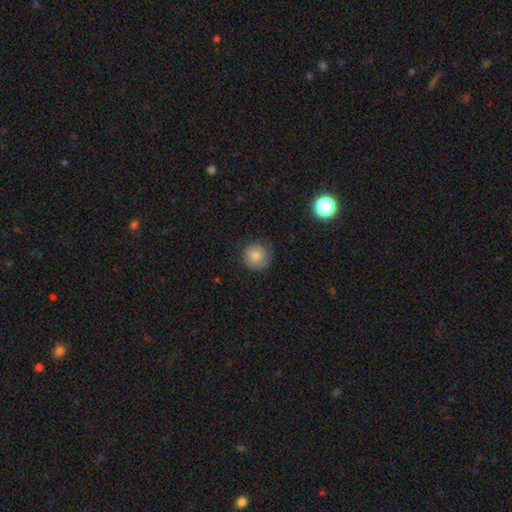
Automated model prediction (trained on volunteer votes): smooth-or-featured: smooth: 79% | featured or disk: 12% | star or artifact: 9%
  how-rounded: round: 94% | in between: 5% | cigar-shaped: 1%
  merging: none: 72% | minor disturbance: 21% | major disturbance: 6% | merger: 1%